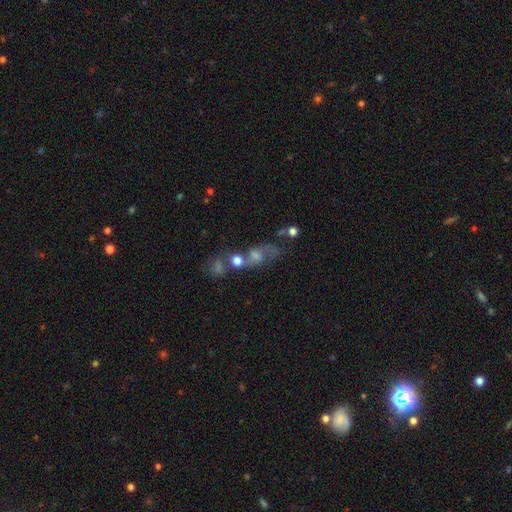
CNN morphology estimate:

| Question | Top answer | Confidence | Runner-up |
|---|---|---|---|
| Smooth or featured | featured or disk | 47% | smooth (32%) |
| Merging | none | 39% | merger (33%) |